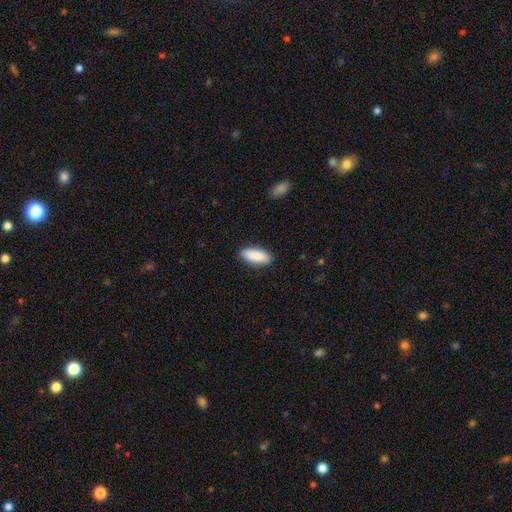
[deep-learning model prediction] Smooth or featured? Predicted: smooth (p=0.89). How rounded? Predicted: in between (p=0.77). Merging? Predicted: none (p=0.89).